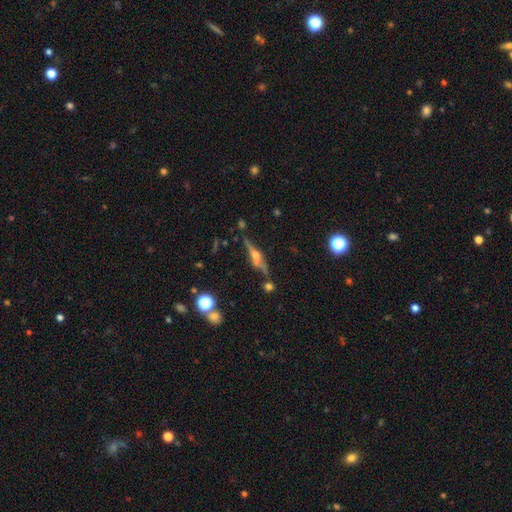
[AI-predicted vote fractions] Smooth or featured: featured or disk — 76% (smooth — 14%)
Edge-on disk: yes — 94% (no — 6%)
Edge-on bulge: rounded — 93% (boxy — 4%)
Merging: none — 74% (minor disturbance — 14%)